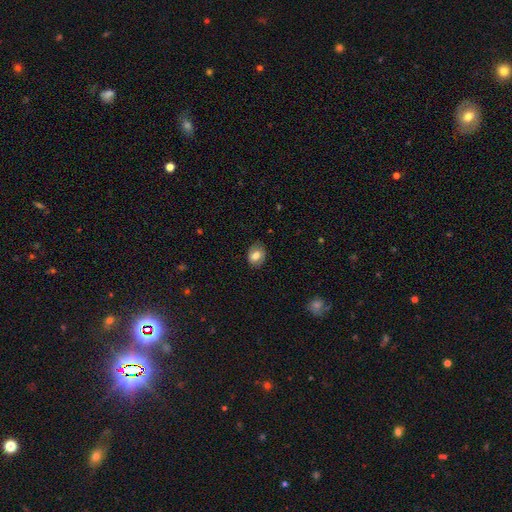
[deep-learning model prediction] Smooth or featured? smooth (75%)
How rounded? in between (63%)
Merging? none (82%)